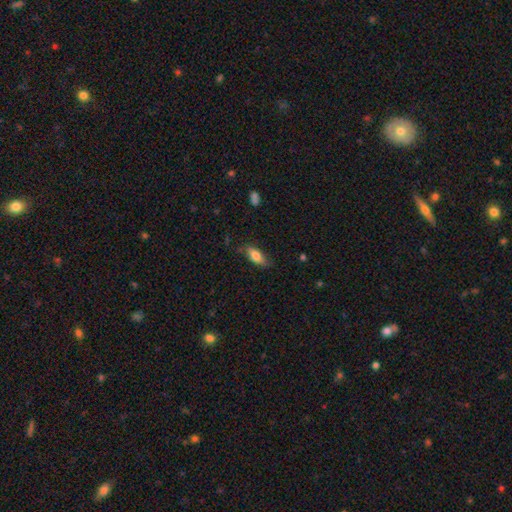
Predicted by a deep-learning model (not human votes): The model was most divided on "merging": none: 74%, minor disturbance: 21%, major disturbance: 4%, merger: 2%. More confident: how rounded — in between (77%); smooth or featured — smooth (77%).